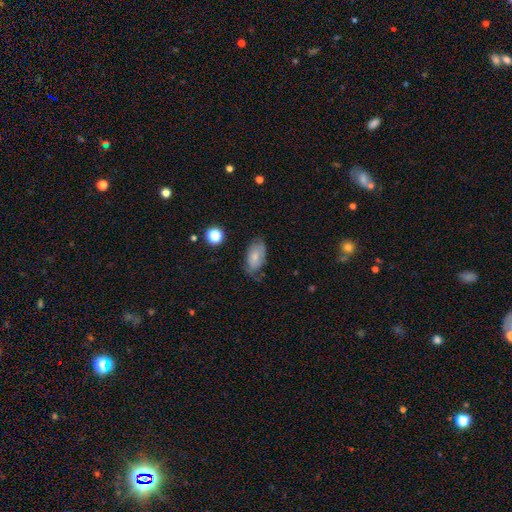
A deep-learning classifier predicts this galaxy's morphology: Smooth or featured? Predicted: smooth (p=0.63). How rounded? Predicted: in between (p=0.92). Merging? Predicted: none (p=0.56).